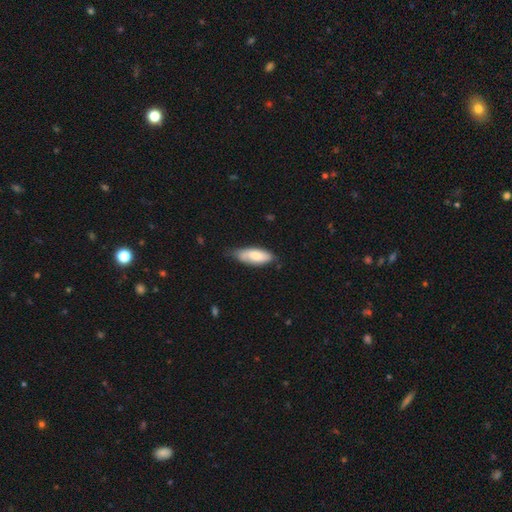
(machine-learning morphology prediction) Smooth or featured? Predicted: smooth (p=0.71). How rounded? Predicted: in between (p=0.79). Merging? Predicted: none (p=0.62).